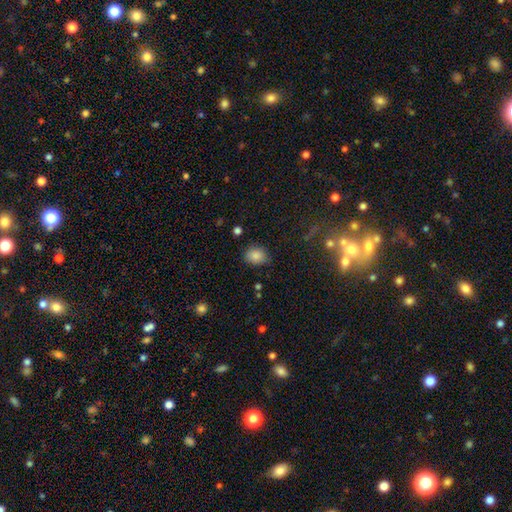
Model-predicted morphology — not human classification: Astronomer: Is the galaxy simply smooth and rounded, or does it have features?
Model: smooth — 84%.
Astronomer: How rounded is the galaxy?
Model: in between — 53% (runner-up: round, 46%).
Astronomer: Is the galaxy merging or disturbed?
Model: none — 79%.